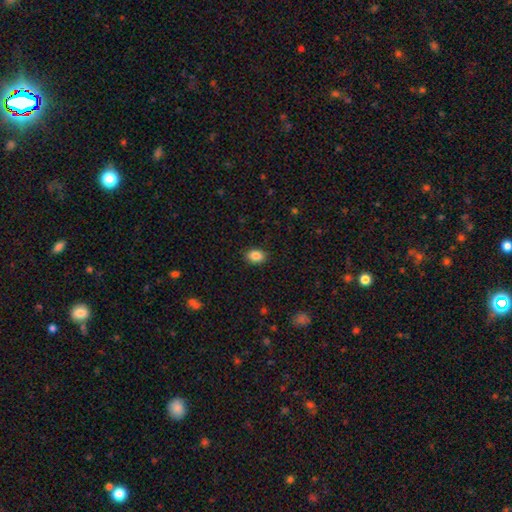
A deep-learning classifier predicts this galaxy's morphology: Smooth or featured? Predicted: smooth (p=0.86). How rounded? Predicted: in between (p=0.78). Merging? Predicted: none (p=0.89).